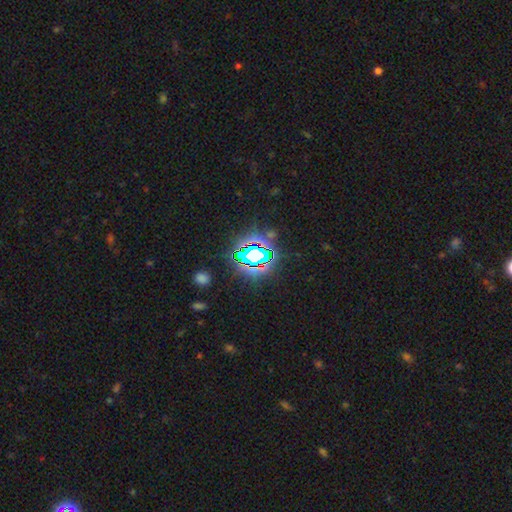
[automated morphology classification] smooth-or-featured: star or artifact: 74% | smooth: 15% | featured or disk: 12%